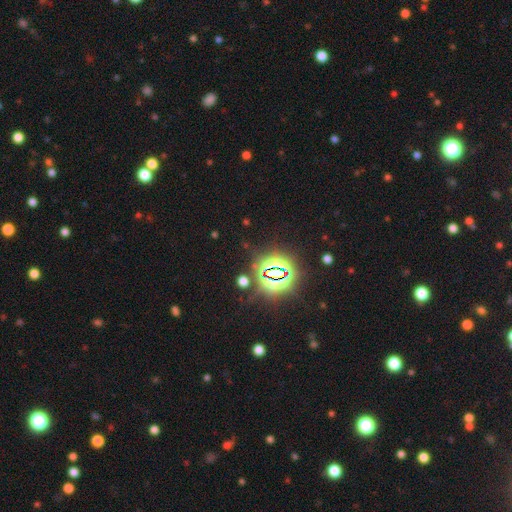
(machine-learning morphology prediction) Smooth or featured? star or artifact (83%)